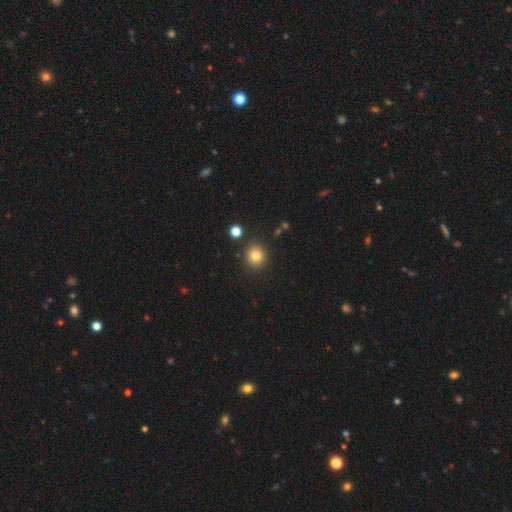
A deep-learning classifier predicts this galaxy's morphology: Q: Smooth or featured?
A: smooth (81%); runner-up: star or artifact (12%)
Q: How rounded?
A: round (86%); runner-up: in between (13%)
Q: Merging?
A: none (87%); runner-up: minor disturbance (7%)